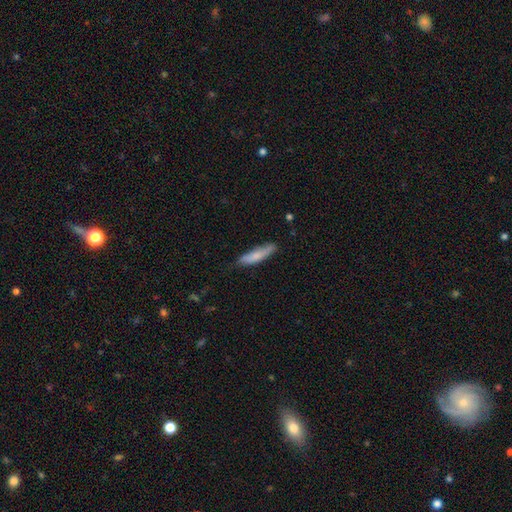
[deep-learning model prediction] A smooth galaxy with no disk features (75%) that is cigar-shaped (78%).

Vote fractions:
- Smooth or featured? smooth: 75% / featured or disk: 19% / star or artifact: 6%
- How rounded? cigar-shaped: 78% / in between: 20% / round: 2%
- Merging? none: 71% / minor disturbance: 23% / major disturbance: 4% / merger: 2%